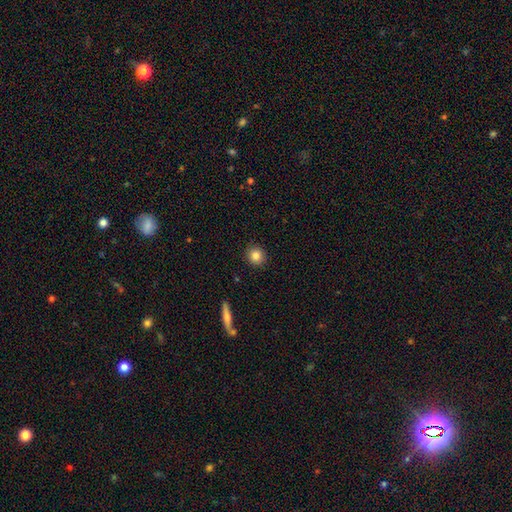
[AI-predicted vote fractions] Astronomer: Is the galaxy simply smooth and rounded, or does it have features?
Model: smooth — 83%.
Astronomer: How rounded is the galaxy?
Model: round — 91%.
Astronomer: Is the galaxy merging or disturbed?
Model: none — 91%.